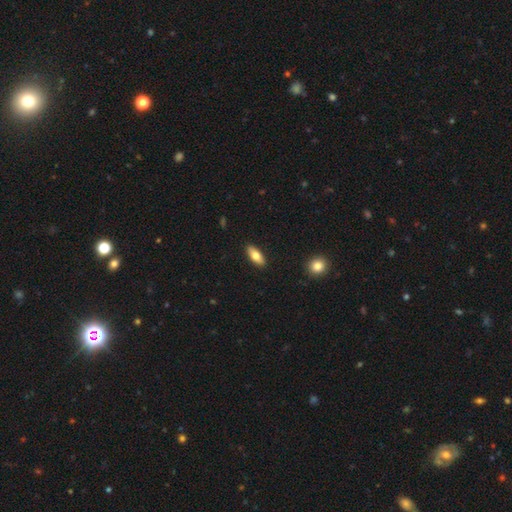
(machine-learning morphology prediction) smooth 72%, featured or disk 22%, star or artifact 6%. Down the decision tree: how rounded — in between (75%); merging — none (90%).